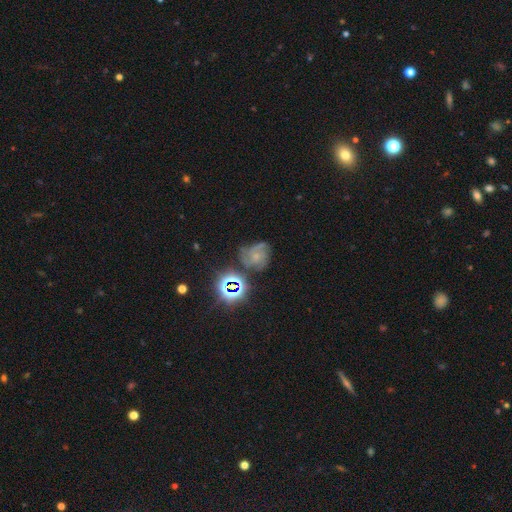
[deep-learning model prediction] Overall: featured or disk (58%; star or artifact 26%). Edge-on disk: no (97%). Bar: no (75%). Spiral arms: yes (92%). Spiral arm count: 3 (48%; can't tell 18%). Spiral winding: tight (50%; medium 40%). Bulge size: small (63%; moderate 27%). Merging: none (61%; minor disturbance 21%).